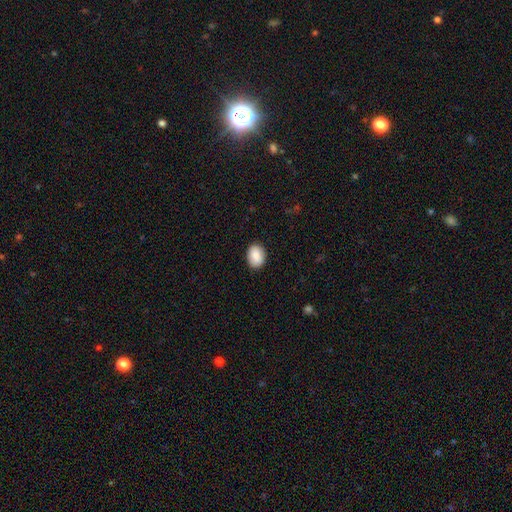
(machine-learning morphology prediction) A smooth galaxy with no disk features (89%) that is in between round and cigar-shaped (67%).

Vote fractions:
- Smooth or featured? smooth: 89% / star or artifact: 7% / featured or disk: 4%
- How rounded? in between: 67% / round: 32% / cigar-shaped: 1%
- Merging? none: 87% / minor disturbance: 9% / major disturbance: 2% / merger: 1%